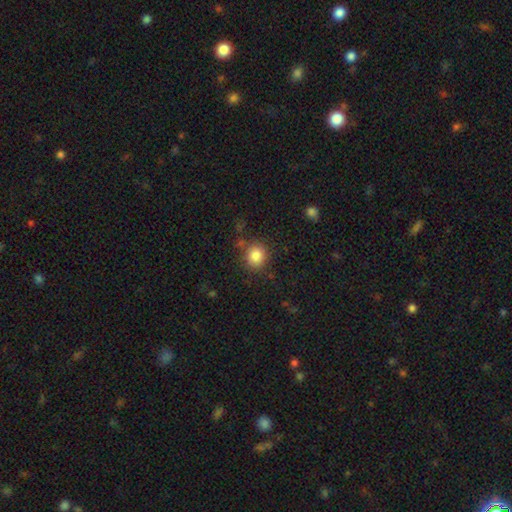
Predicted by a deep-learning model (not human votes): Morphology: type=smooth (84%); roundness=round (82%); merging=none (82%).